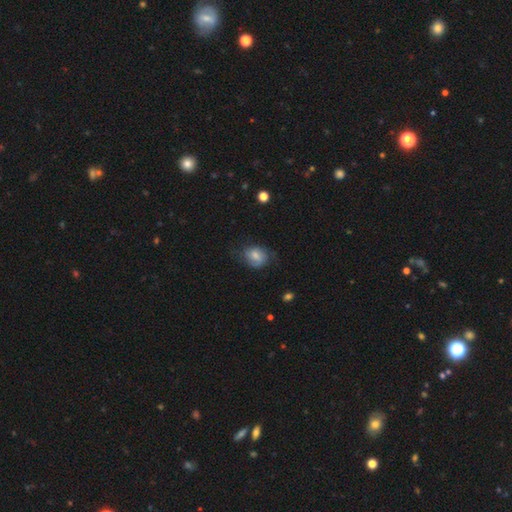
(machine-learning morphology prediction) Smooth or featured? Predicted: smooth (p=0.61). How rounded? Predicted: in between (p=0.52). Merging? Predicted: none (p=0.56).